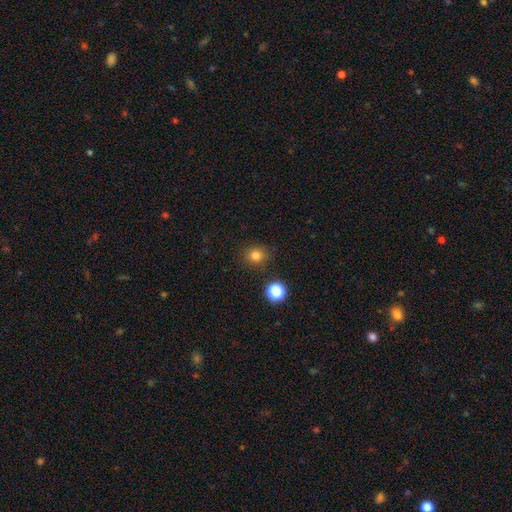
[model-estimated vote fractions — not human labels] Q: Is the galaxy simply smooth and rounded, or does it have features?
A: smooth — 80%.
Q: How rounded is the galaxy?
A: round — 82%.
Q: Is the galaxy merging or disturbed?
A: none — 86%.